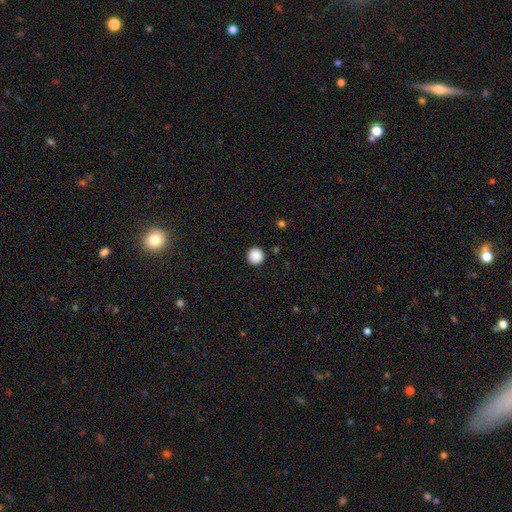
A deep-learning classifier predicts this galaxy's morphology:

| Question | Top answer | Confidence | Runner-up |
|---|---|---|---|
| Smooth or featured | smooth | 89% | star or artifact (9%) |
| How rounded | round | 96% | in between (3%) |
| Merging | none | 92% | minor disturbance (5%) |